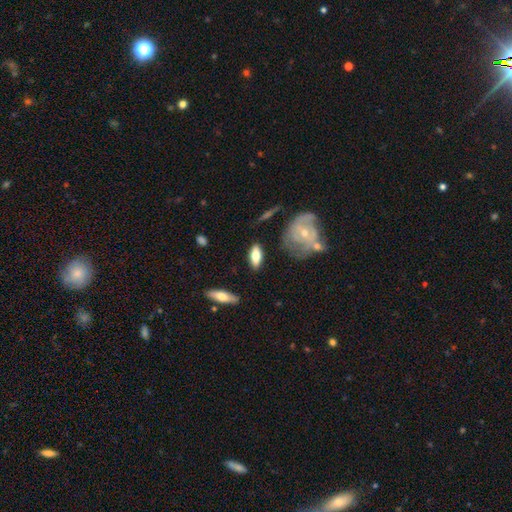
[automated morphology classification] type=smooth (68%); roundness=in between (75%); merging=none (80%).